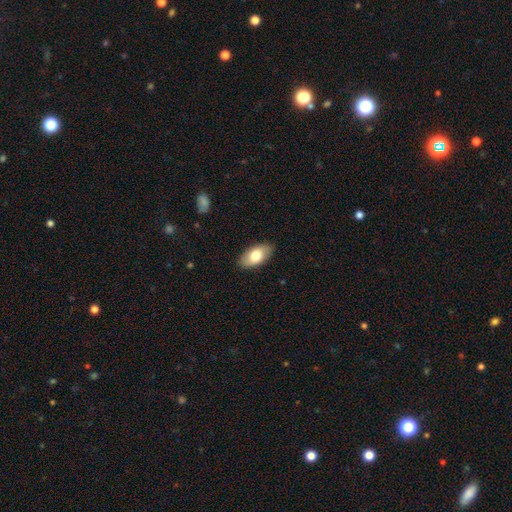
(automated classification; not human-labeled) smooth 75%, featured or disk 19%, star or artifact 6%. Down the decision tree: how rounded — in between (94%); merging — none (87%).